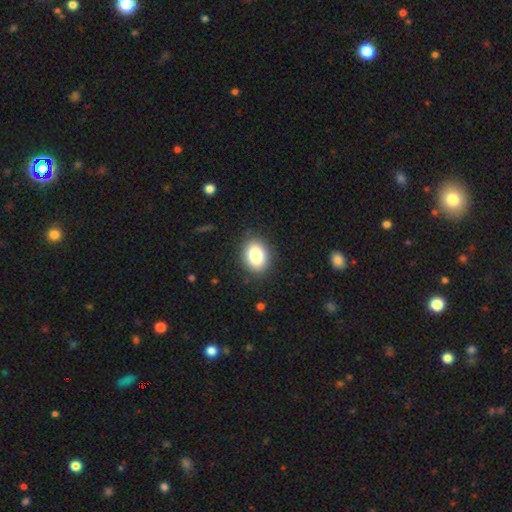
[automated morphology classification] A smooth galaxy with no disk features (83%) that is in between round and cigar-shaped (68%). Merging: none (87%).